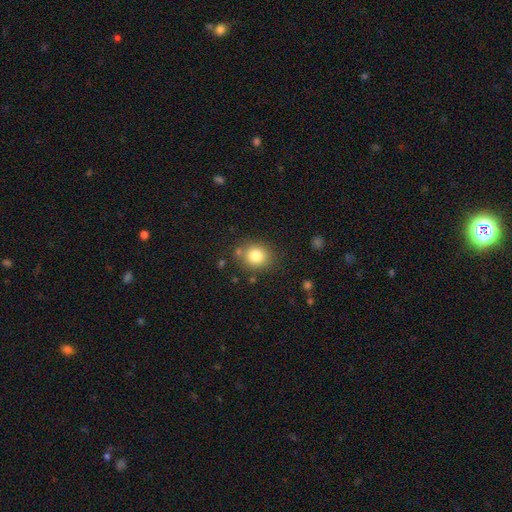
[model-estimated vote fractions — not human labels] This appears to be a smooth galaxy with no disk features (81%) that is round (74%). Merging: none (80%).